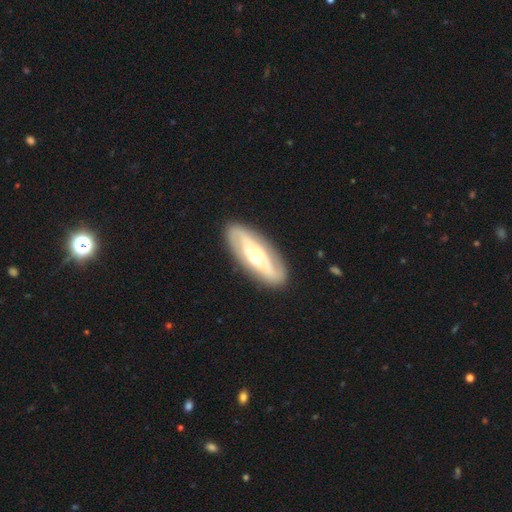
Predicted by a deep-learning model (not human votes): Smooth or featured? featured or disk (72%)
Edge-on disk? no (84%)
Bar? no (48%)
Spiral arms? yes (72%)
Bulge size? moderate (66%)
Merging? none (86%)